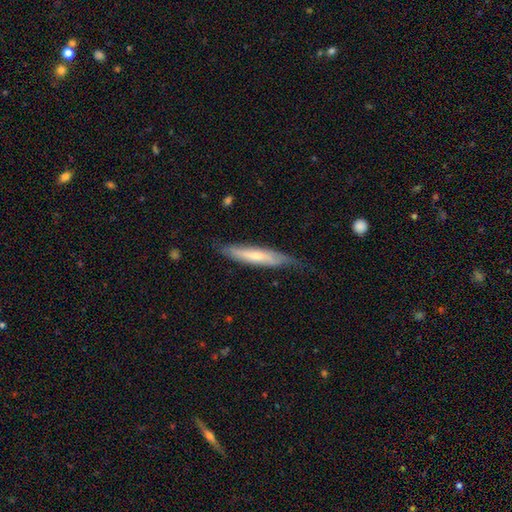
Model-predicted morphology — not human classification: A featured or disk galaxy (48%). Merging: none (64%).